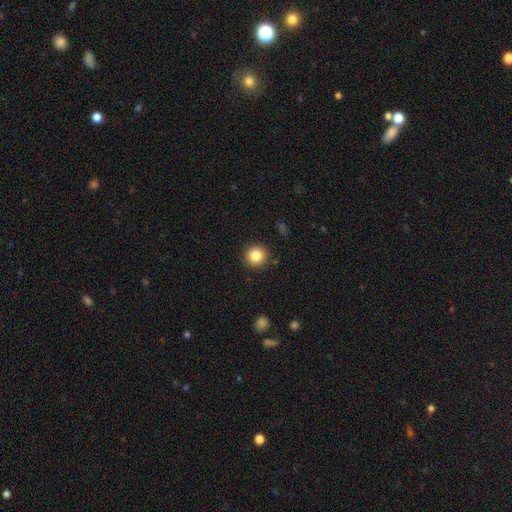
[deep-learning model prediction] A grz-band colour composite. It shows a smooth galaxy with no disk features (84%) that is round (94%). Merging: none (91%).